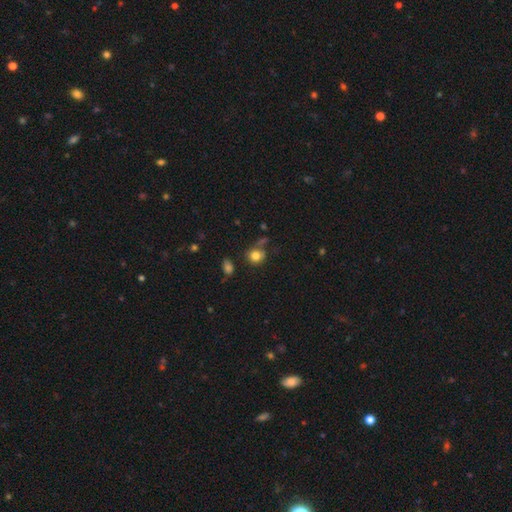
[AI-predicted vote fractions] smooth_or_featured: smooth (p=0.80) [alt: star or artifact p=0.12]
how_rounded: round (p=0.78) [alt: in between p=0.21]
merging: none (p=0.64) [alt: minor disturbance p=0.18]